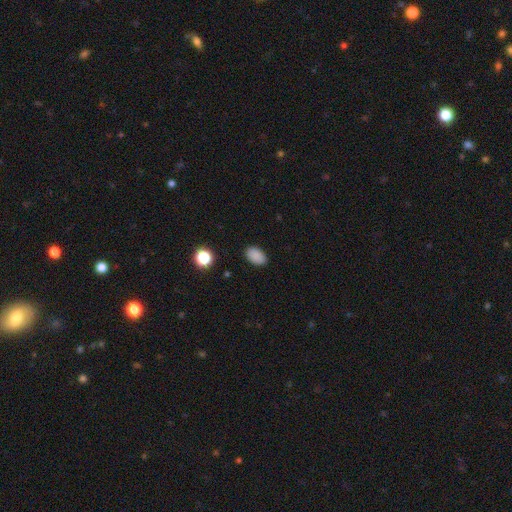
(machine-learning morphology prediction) The model was most divided on "smooth or featured": smooth: 86%, star or artifact: 10%, featured or disk: 3%. More confident: how rounded — in between (89%); merging — none (87%).